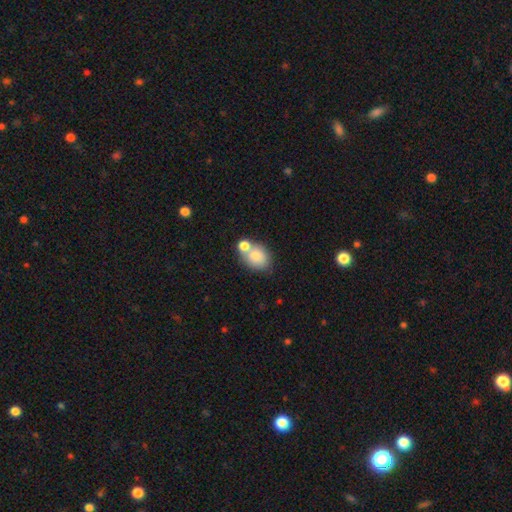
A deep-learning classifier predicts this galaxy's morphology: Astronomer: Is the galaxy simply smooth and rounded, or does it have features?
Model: smooth — 81%.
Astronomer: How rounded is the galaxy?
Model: in between — 64%.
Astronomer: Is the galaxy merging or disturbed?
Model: merger — 42% (runner-up: none, 40%).